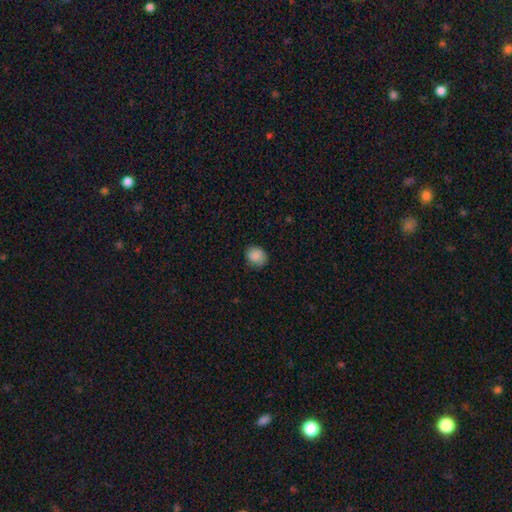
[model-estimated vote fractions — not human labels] Smooth or featured?
  - smooth: 88% *
  - star or artifact: 8%
  - featured or disk: 4%
How rounded?
  - round: 64% *
  - in between: 35%
  - cigar-shaped: 1%
Merging?
  - none: 81% *
  - minor disturbance: 15%
  - major disturbance: 3%
  - merger: 1%